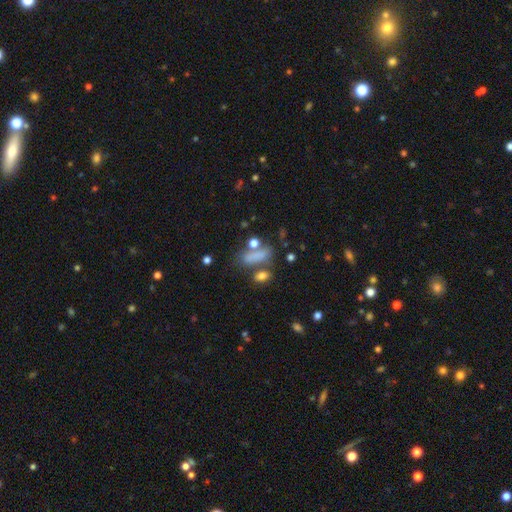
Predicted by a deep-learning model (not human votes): smooth 72%, star or artifact 14%, featured or disk 14%. Down the decision tree: how rounded — in between (57%); merging — none (49%).